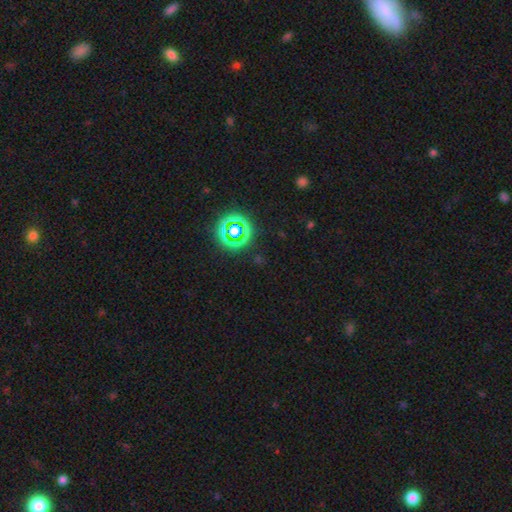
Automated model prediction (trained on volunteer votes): A star or artifact, not a galaxy (74%).

Vote fractions:
- Smooth or featured? star or artifact: 74% / smooth: 19% / featured or disk: 7%